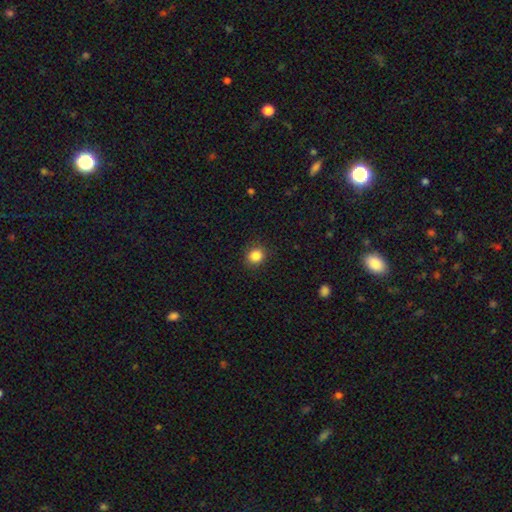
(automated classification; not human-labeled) This is clearly a smooth galaxy (85%). How rounded: clearly round (85%). Merging: clearly none (89%).